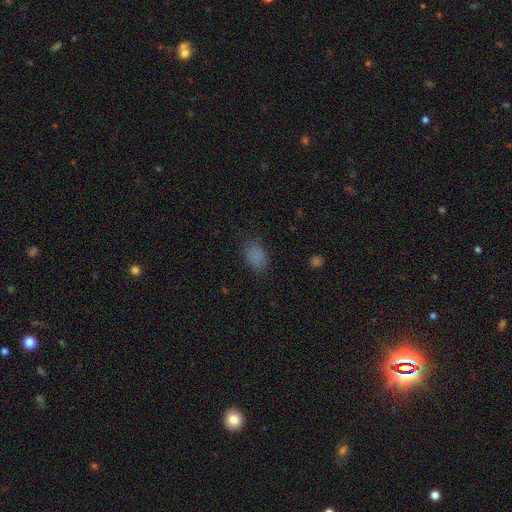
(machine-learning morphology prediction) Q: Smooth or featured?
A: smooth (82%); runner-up: star or artifact (13%)
Q: How rounded?
A: in between (86%); runner-up: round (12%)
Q: Merging?
A: none (74%); runner-up: minor disturbance (19%)